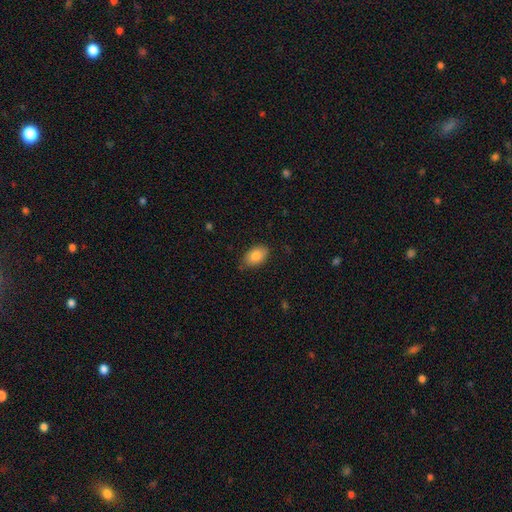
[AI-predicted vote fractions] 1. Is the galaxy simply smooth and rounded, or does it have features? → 85% smooth, 8% featured or disk, 7% star or artifact.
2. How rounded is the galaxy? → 90% in between, 9% round, 1% cigar-shaped.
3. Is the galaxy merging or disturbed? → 81% none, 15% minor disturbance, 3% major disturbance, 1% merger.